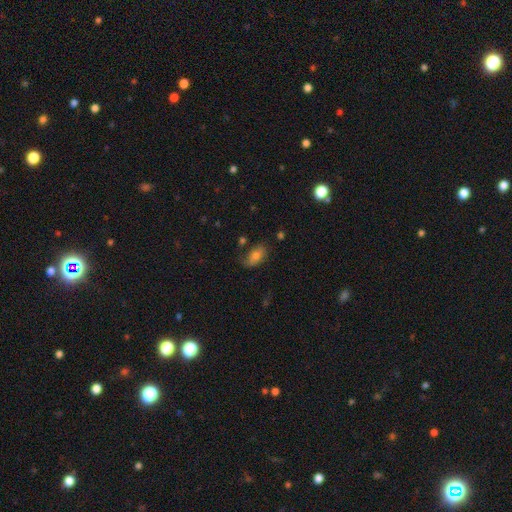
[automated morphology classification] This appears to be a smooth galaxy with no disk features (68%) that is in between round and cigar-shaped (89%). Merging: none (60%).